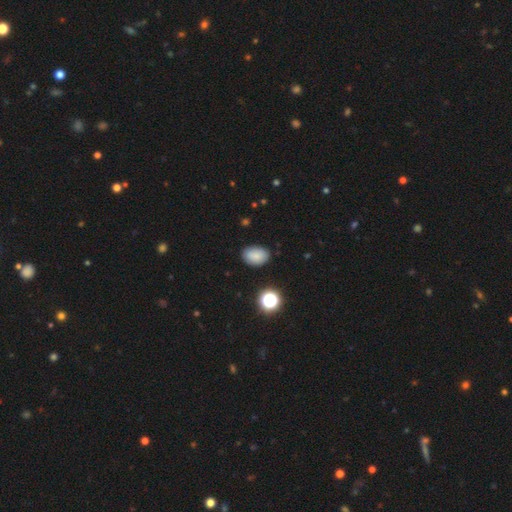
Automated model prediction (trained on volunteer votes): Smooth or featured? Predicted: smooth (p=0.85). How rounded? Predicted: in between (p=0.85). Merging? Predicted: none (p=0.85).